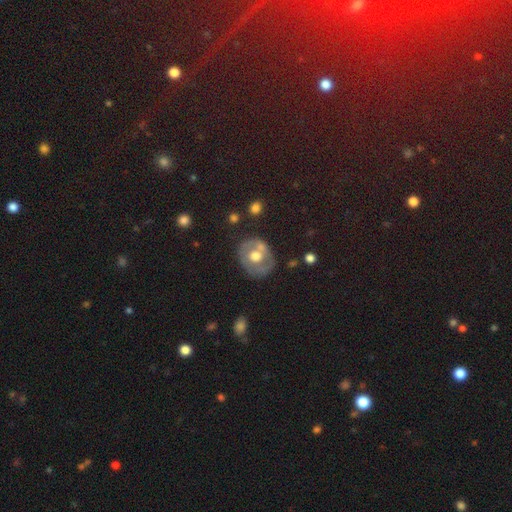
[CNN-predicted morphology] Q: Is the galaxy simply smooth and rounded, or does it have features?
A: featured or disk — 50%.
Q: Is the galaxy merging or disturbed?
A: none — 66%.